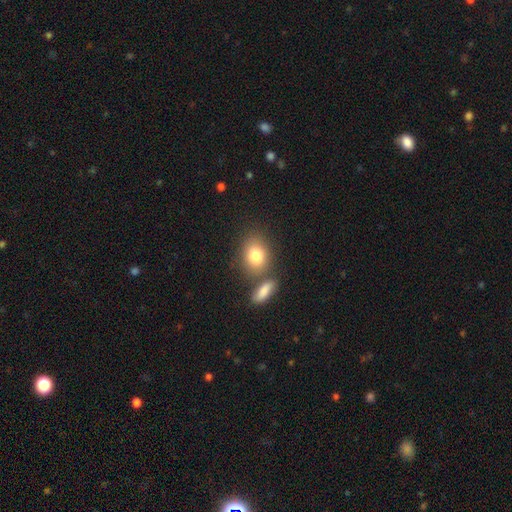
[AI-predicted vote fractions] smooth 81%, featured or disk 10%, star or artifact 8%. Down the decision tree: how rounded — in between (61%); merging — none (61%).